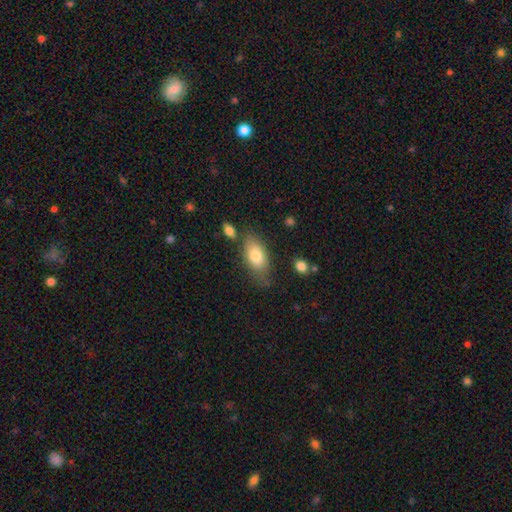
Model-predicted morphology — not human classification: Smooth or featured: smooth — 78% (featured or disk — 15%)
How rounded: in between — 89% (cigar-shaped — 5%)
Merging: none — 64% (minor disturbance — 21%)